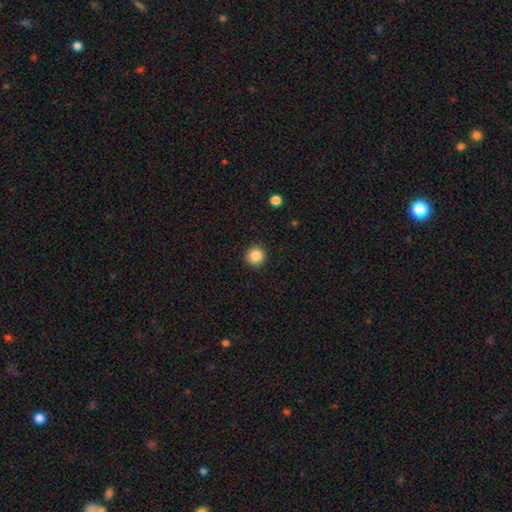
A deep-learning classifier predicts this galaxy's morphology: Q: Smooth or featured?
A: smooth (86%); runner-up: star or artifact (10%)
Q: How rounded?
A: round (95%); runner-up: in between (4%)
Q: Merging?
A: none (92%); runner-up: minor disturbance (6%)